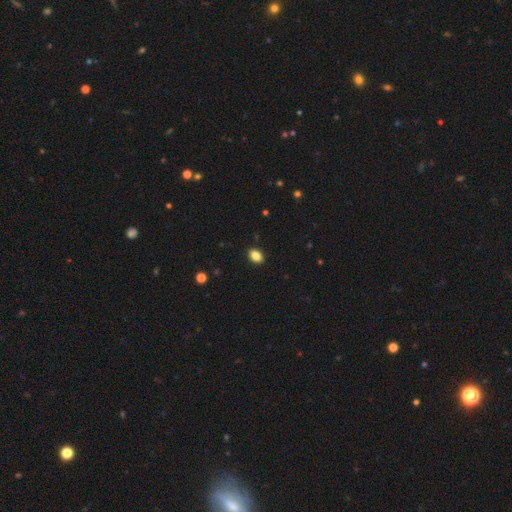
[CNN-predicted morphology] A smooth galaxy with no disk features (86%) that is in between round and cigar-shaped (76%). Merging: none (91%).